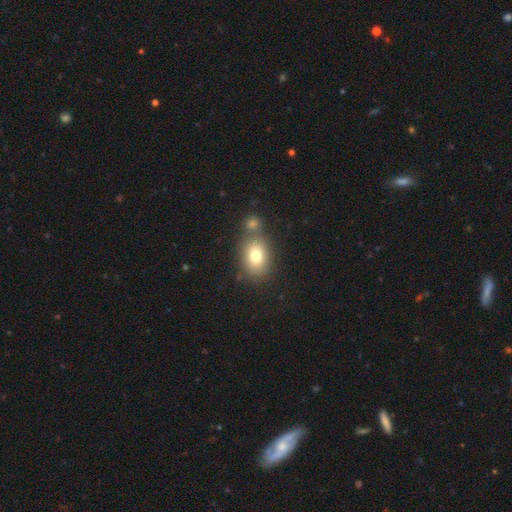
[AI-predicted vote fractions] Overall: smooth (77%). How rounded: in between (71%). Merging: none (60%; merger 23%).